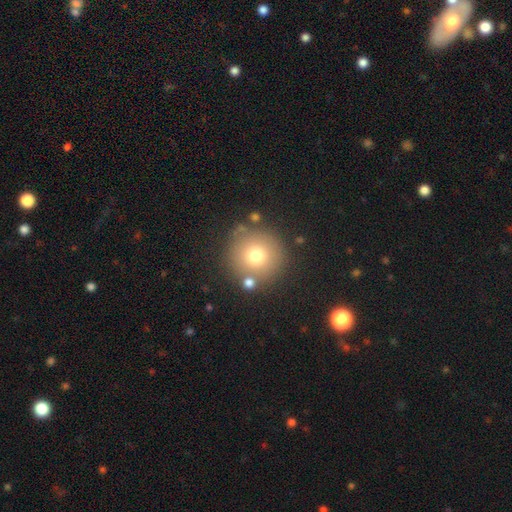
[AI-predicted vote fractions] Smooth or featured: smooth — 73% (featured or disk — 14%)
How rounded: round — 95% (in between — 4%)
Merging: none — 81% (minor disturbance — 9%)